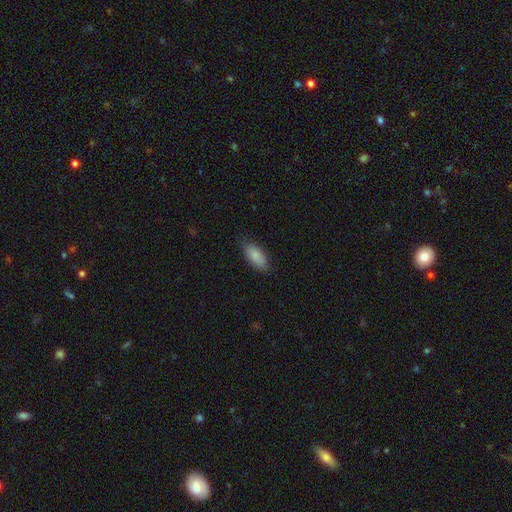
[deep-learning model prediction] A smooth galaxy with no disk features (87%) that is in between round and cigar-shaped (85%). Merging: none (83%).